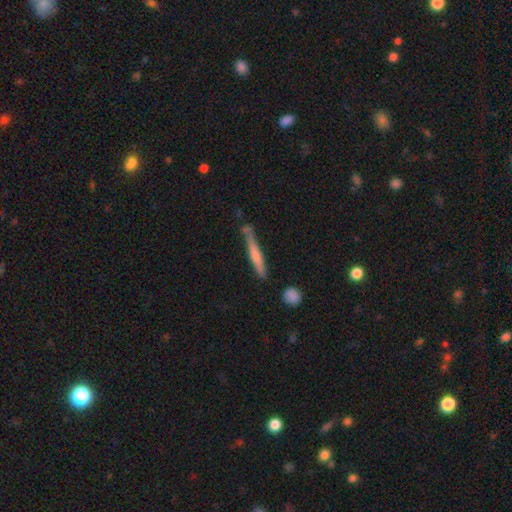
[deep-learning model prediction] A smooth galaxy with no disk features (56%) that is cigar-shaped (94%).

Vote fractions:
- Smooth or featured? smooth: 56% / featured or disk: 38% / star or artifact: 6%
- How rounded? cigar-shaped: 94% / in between: 4% / round: 2%
- Merging? none: 65% / minor disturbance: 22% / merger: 8% / major disturbance: 6%